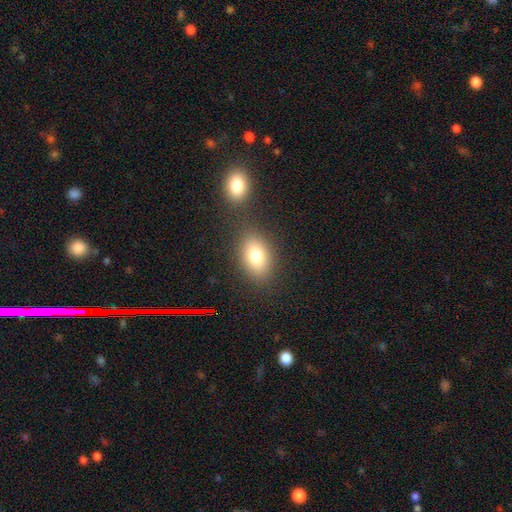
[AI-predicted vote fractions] smooth 78%, featured or disk 11%, star or artifact 10%. Down the decision tree: how rounded — in between (82%); merging — none (78%).